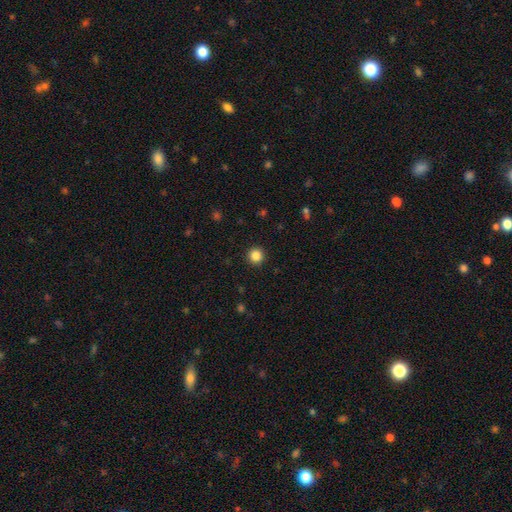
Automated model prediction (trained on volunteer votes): This is clearly a smooth galaxy (85%). How rounded: clearly round (96%). Merging: clearly none (93%).